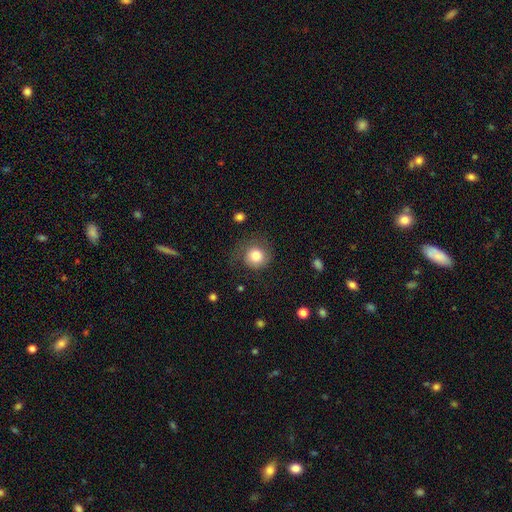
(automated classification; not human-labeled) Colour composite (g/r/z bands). It shows a smooth galaxy with no disk features (78%) that is round (89%). Merging: none (64%).